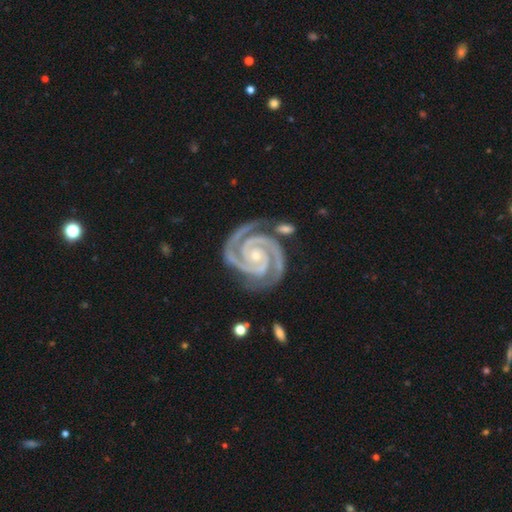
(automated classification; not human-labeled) Smooth or featured? featured or disk (95%)
Edge-on disk? no (98%)
Bar? no (68%)
Spiral arms? yes (99%)
Spiral winding? tight (81%)
Spiral arm count? 2 (89%)
Bulge size? small (70%)
Merging? none (78%)